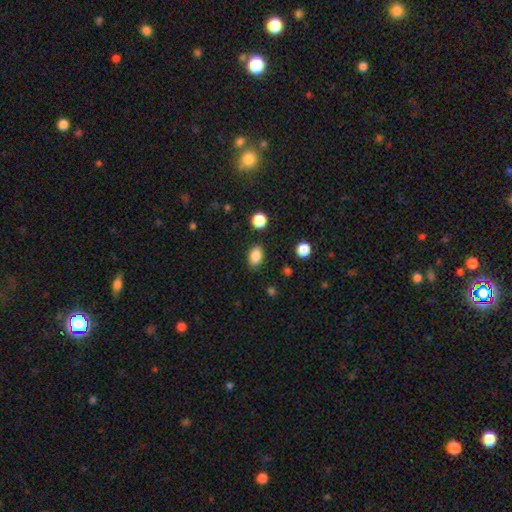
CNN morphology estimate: A smooth galaxy with no disk features (86%) that is in between round and cigar-shaped (85%). Merging: none (85%).